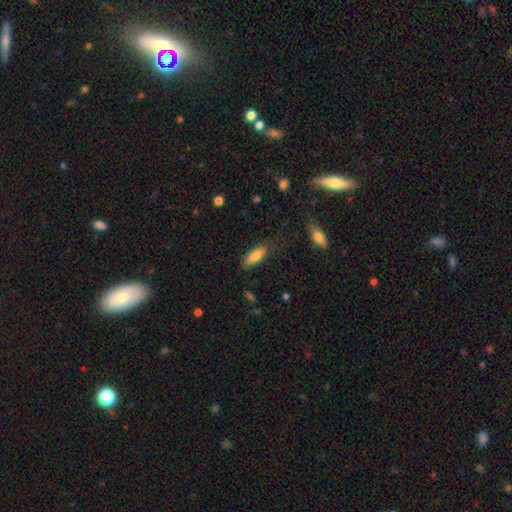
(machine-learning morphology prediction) This appears to be a smooth galaxy with no disk features (84%) that is in between round and cigar-shaped (73%). Merging: none (77%).